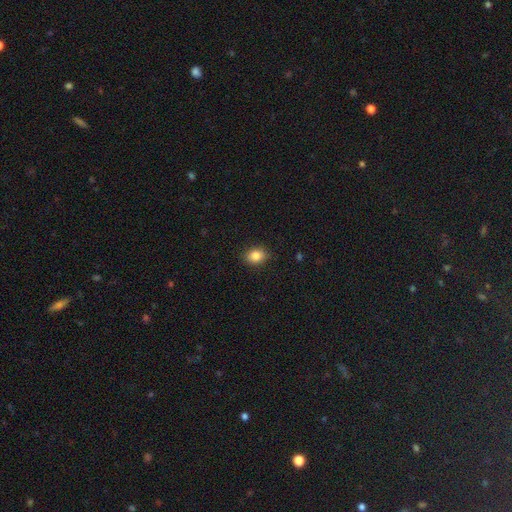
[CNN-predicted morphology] A smooth galaxy with no disk features (85%) that is in between round and cigar-shaped (58%).

Vote fractions:
- Smooth or featured? smooth: 85% / star or artifact: 10% / featured or disk: 6%
- How rounded? in between: 58% / round: 41% / cigar-shaped: 1%
- Merging? none: 88% / minor disturbance: 9% / major disturbance: 2% / merger: 1%